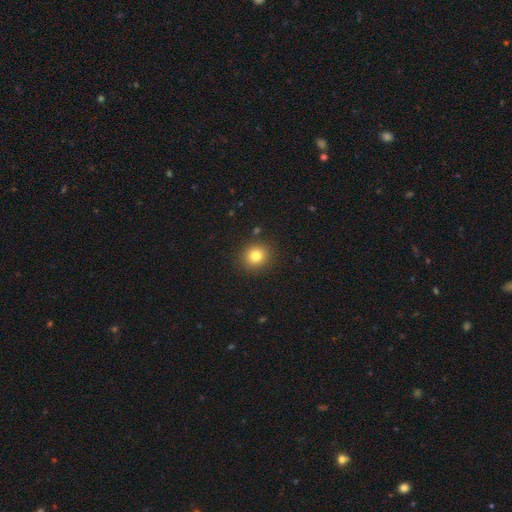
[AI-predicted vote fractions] smooth-or-featured: smooth: 80% | star or artifact: 12% | featured or disk: 7%
  how-rounded: round: 86% | in between: 13% | cigar-shaped: 1%
  merging: none: 89% | minor disturbance: 7% | major disturbance: 2% | merger: 2%